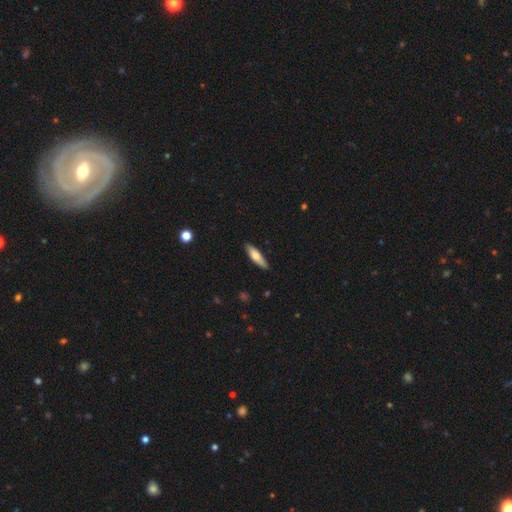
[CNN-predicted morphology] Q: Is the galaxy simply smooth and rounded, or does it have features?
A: smooth — 68%.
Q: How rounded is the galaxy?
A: cigar-shaped — 65%.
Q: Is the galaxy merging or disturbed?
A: none — 87%.